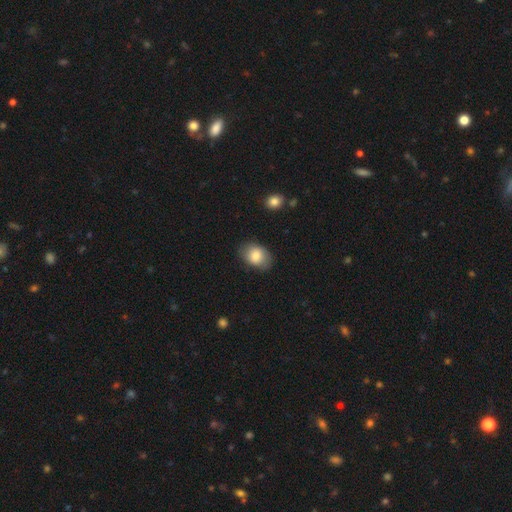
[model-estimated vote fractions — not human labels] smooth-or-featured: smooth: 81% | featured or disk: 11% | star or artifact: 7%
  how-rounded: in between: 75% | round: 23% | cigar-shaped: 1%
  merging: none: 78% | minor disturbance: 17% | major disturbance: 4% | merger: 1%